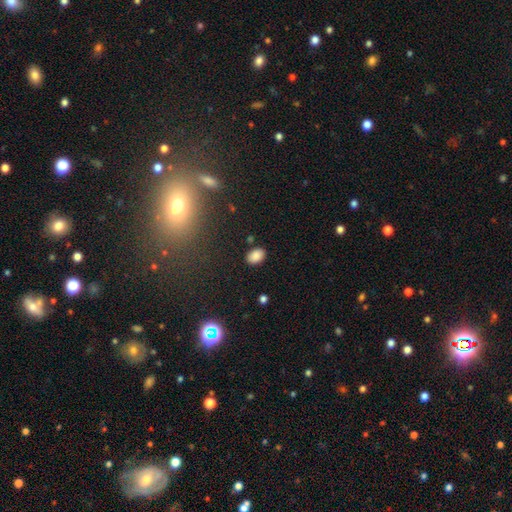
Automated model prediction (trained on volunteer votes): Smooth or featured?
  - smooth: 85% *
  - star or artifact: 10%
  - featured or disk: 5%
How rounded?
  - in between: 82% *
  - round: 16%
  - cigar-shaped: 1%
Merging?
  - none: 85% *
  - minor disturbance: 11%
  - major disturbance: 3%
  - merger: 2%